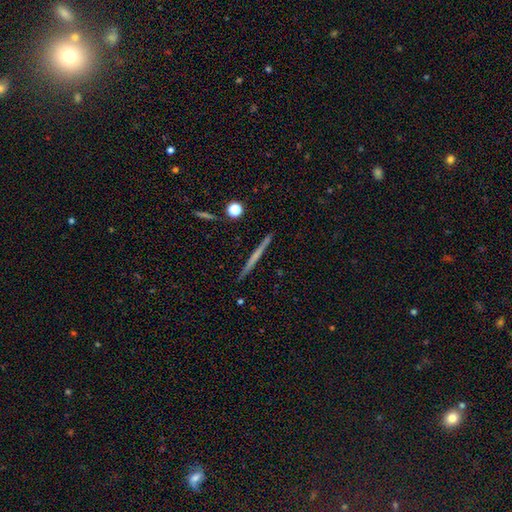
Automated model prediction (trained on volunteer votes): Smooth or featured? featured or disk (54%)
Edge-on disk? yes (97%)
Edge-on bulge? none (86%)
Merging? none (92%)